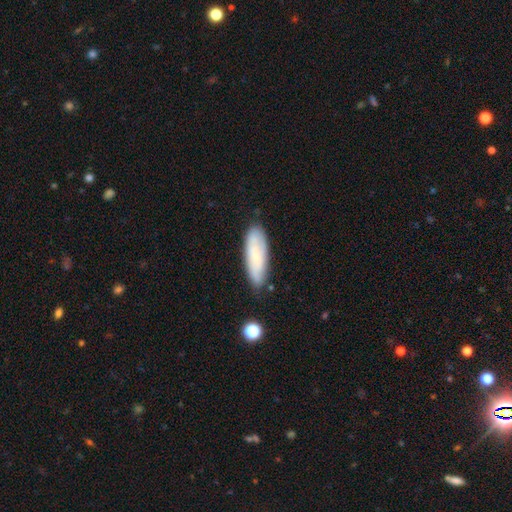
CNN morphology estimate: Smooth or featured: smooth — 68% (featured or disk — 24%)
How rounded: in between — 52% (cigar-shaped — 46%)
Merging: none — 76% (minor disturbance — 18%)